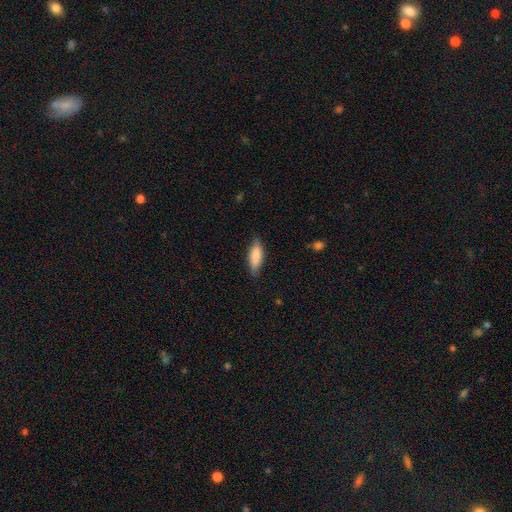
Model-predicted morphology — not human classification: A smooth galaxy with no disk features (82%) that is in between round and cigar-shaped (59%). Merging: none (79%).